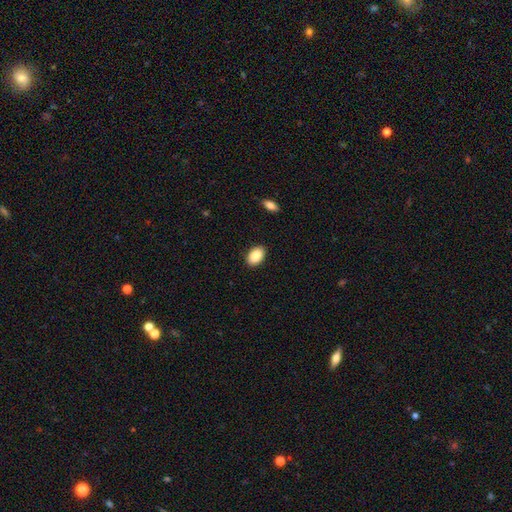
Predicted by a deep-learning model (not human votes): Morphology: type=smooth (89%); roundness=in between (90%); merging=none (89%).